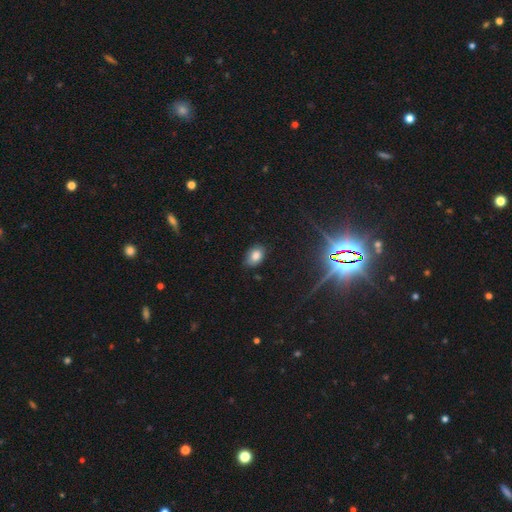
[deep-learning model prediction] This is clearly a smooth galaxy (80%). How rounded: likely in between (78%). Merging: likely none (76%).